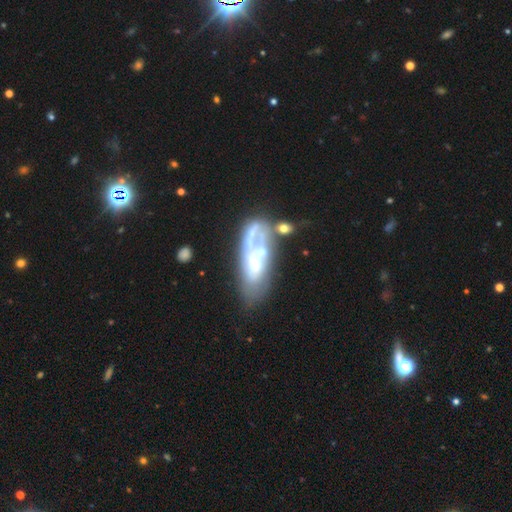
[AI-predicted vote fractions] smooth-or-featured: featured or disk: 66% | smooth: 25% | star or artifact: 9%
  disk-edge-on: no: 88% | yes: 12%
    bar: no: 79% | weak: 16% | strong: 5%
    has-spiral-arms: no: 60% | yes: 40%
    bulge-size: moderate: 54% | small: 30% | large: 8% | none: 7% | dominant: 2%
  merging: none: 32% | merger: 28% | major disturbance: 23% | minor disturbance: 17%